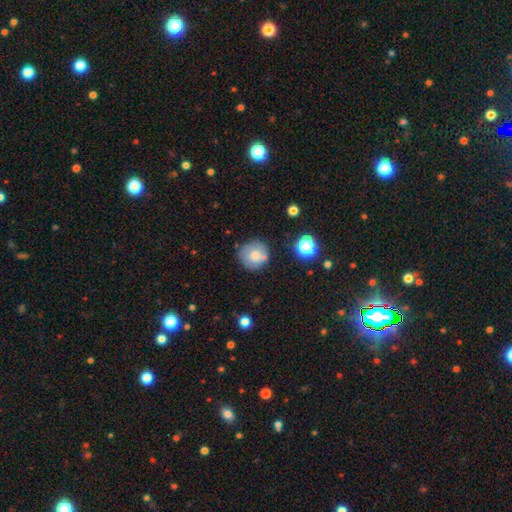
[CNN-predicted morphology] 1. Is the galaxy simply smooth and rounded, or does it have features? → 71% smooth, 19% featured or disk, 10% star or artifact.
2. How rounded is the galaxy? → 91% round, 8% in between, 1% cigar-shaped.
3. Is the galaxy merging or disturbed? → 71% none, 17% minor disturbance, 6% merger, 6% major disturbance.